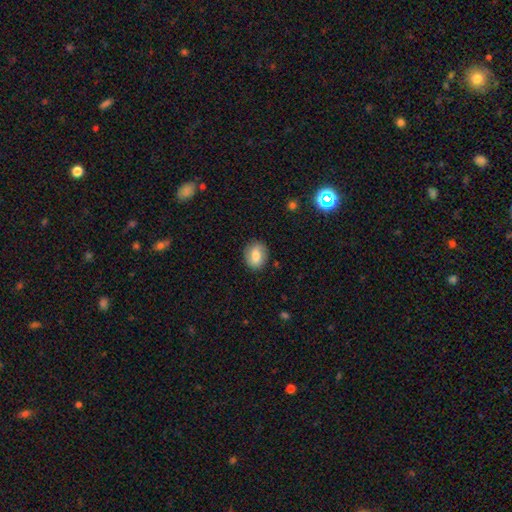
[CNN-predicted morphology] type=smooth (72%); roundness=in between (51%); merging=none (84%).